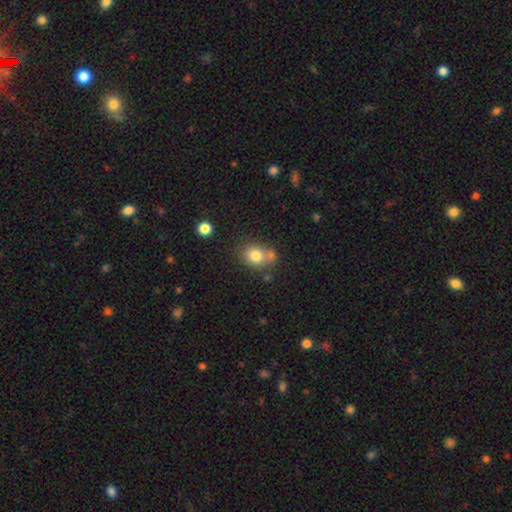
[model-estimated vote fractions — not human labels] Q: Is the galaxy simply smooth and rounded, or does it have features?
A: smooth — 78%.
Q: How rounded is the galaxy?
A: round — 60%.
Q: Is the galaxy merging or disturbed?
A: none — 56%.